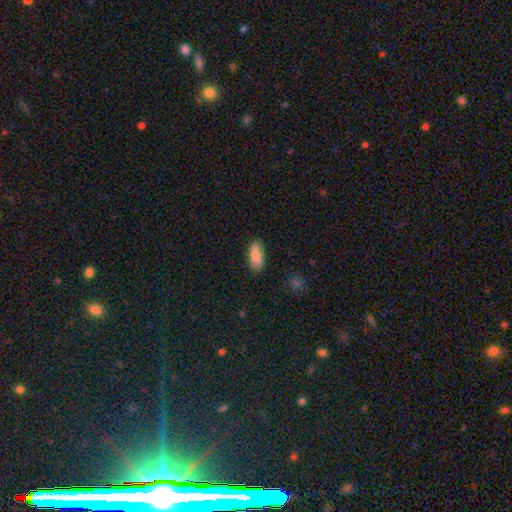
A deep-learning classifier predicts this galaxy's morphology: Smooth or featured? smooth (85%)
How rounded? in between (86%)
Merging? none (83%)